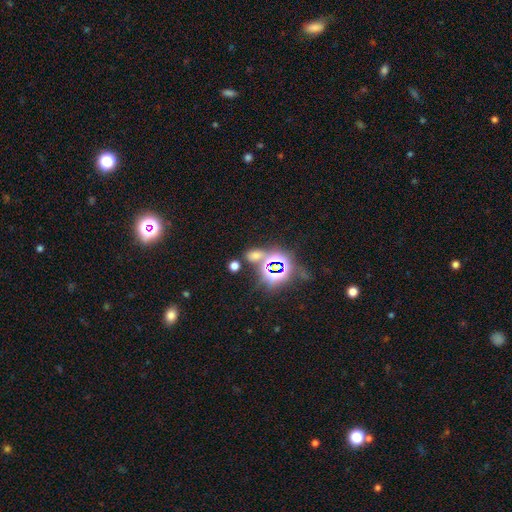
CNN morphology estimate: This is possibly a star or artifact rather than a galaxy (50%).